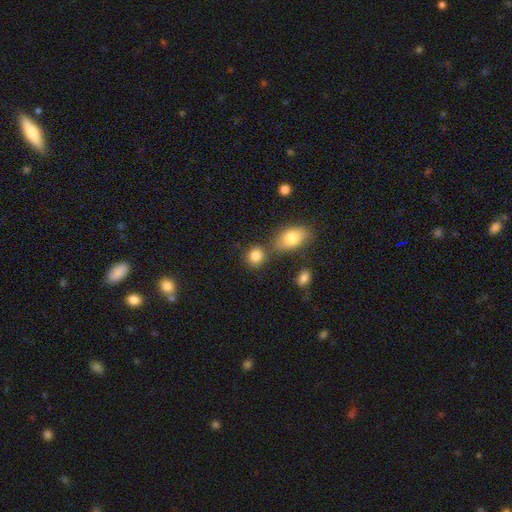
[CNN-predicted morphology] Q: Smooth or featured?
A: smooth (84%); runner-up: star or artifact (9%)
Q: How rounded?
A: round (70%); runner-up: in between (29%)
Q: Merging?
A: none (65%); runner-up: merger (20%)